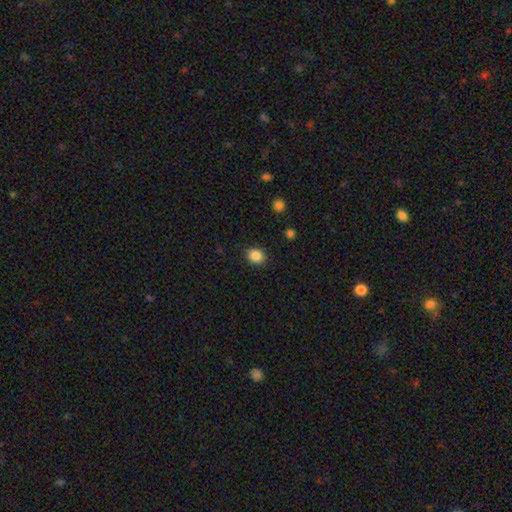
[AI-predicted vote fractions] smooth-or-featured: smooth: 86% | star or artifact: 10% | featured or disk: 4%
  how-rounded: round: 67% | in between: 33% | cigar-shaped: 1%
  merging: none: 89% | minor disturbance: 8% | major disturbance: 2% | merger: 1%